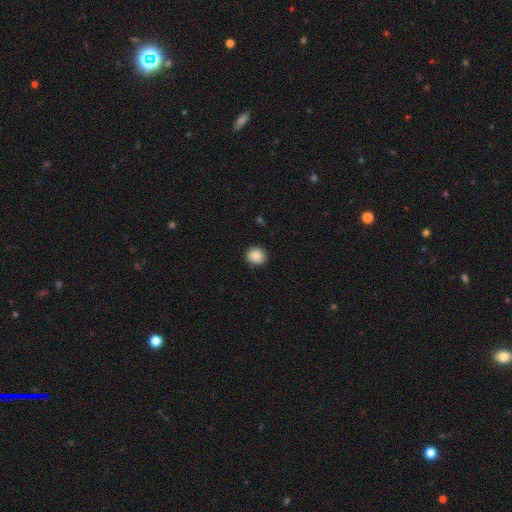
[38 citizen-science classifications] Smooth or featured?
  - smooth: 84% *
  - featured or disk: 11%
  - star or artifact: 5%
How rounded?
  - round: 78% *
  - in between: 22%
  - cigar-shaped: 0%
Merging?
  - none: 89% *
  - minor disturbance: 8%
  - major disturbance: 3%
  - merger: 0%